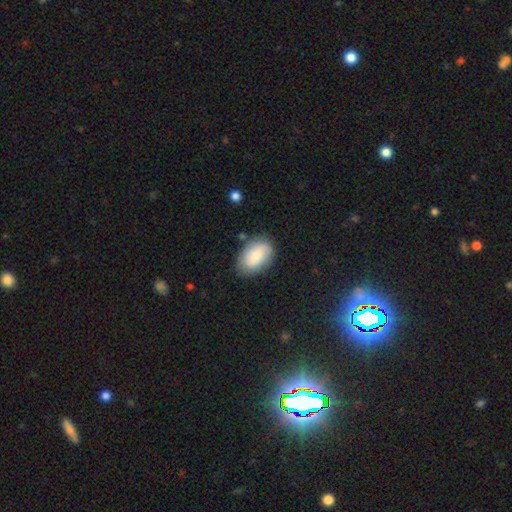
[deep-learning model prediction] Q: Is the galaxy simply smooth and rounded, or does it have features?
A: smooth — 70%.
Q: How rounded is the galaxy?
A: in between — 87%.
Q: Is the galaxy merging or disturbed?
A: none — 77%.